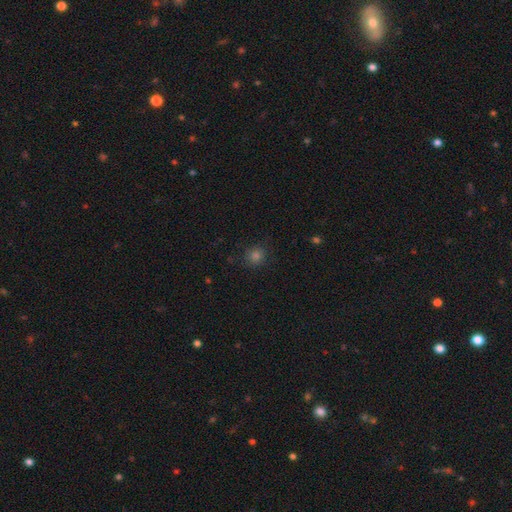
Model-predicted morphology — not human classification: Smooth or featured?
  - smooth: 74% *
  - star or artifact: 20%
  - featured or disk: 5%
How rounded?
  - round: 89% *
  - in between: 10%
  - cigar-shaped: 1%
Merging?
  - none: 87% *
  - minor disturbance: 9%
  - major disturbance: 3%
  - merger: 1%